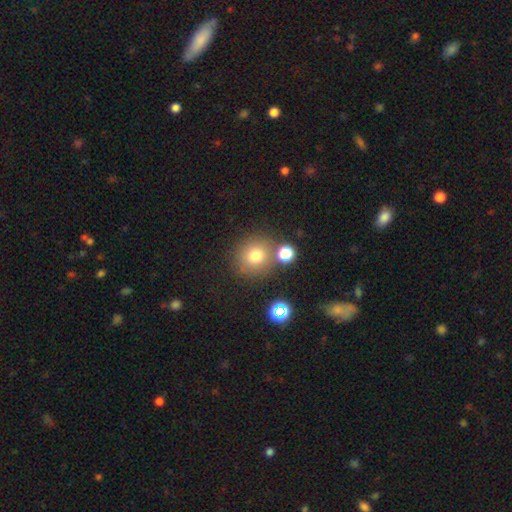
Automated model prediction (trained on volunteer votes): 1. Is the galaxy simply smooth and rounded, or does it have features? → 75% smooth, 16% star or artifact, 9% featured or disk.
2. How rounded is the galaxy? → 89% round, 10% in between, 1% cigar-shaped.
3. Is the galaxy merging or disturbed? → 72% none, 14% merger, 10% minor disturbance, 4% major disturbance.